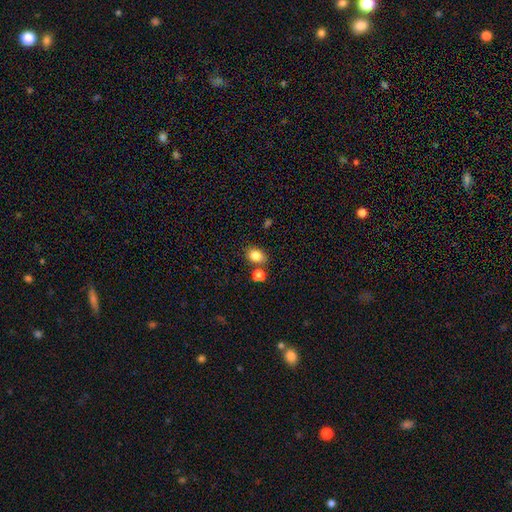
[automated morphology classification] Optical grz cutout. It shows a smooth galaxy with no disk features (84%) that is in between round and cigar-shaped (57%). Merging: none (70%).